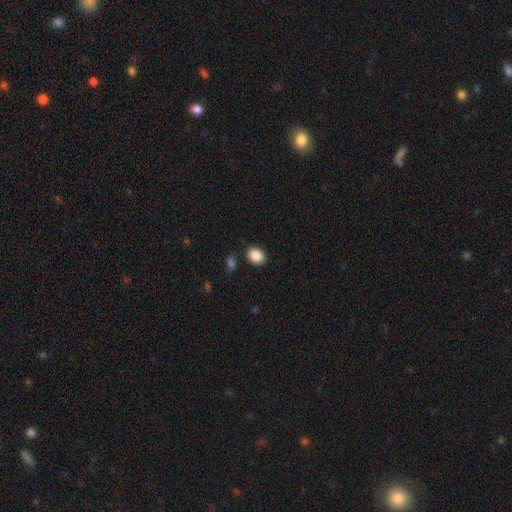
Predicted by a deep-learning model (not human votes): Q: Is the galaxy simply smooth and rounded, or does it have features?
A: smooth — 89%.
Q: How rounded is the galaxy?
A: in between — 62%.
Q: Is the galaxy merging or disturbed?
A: none — 85%.